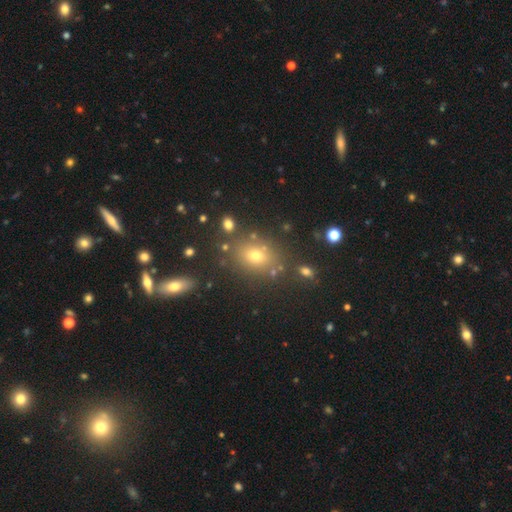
smooth-or-featured: smooth: 80% | star or artifact: 12% | featured or disk: 8%
  how-rounded: in between: 62% | round: 34% | cigar-shaped: 3%
  merging: none: 77% | minor disturbance: 9% | merger: 9% | major disturbance: 6%